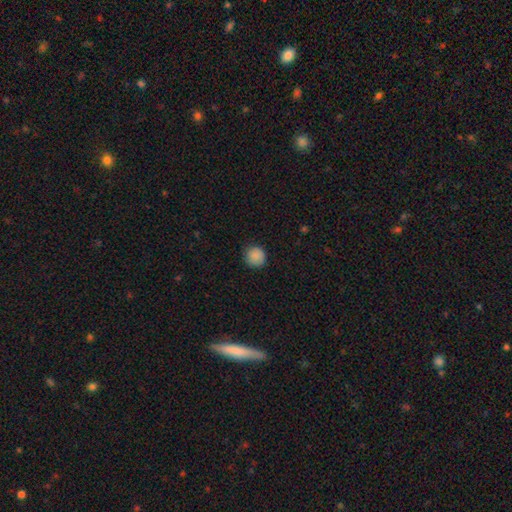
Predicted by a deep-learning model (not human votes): This is clearly a smooth galaxy (88%). How rounded: clearly round (92%). Merging: clearly none (87%).